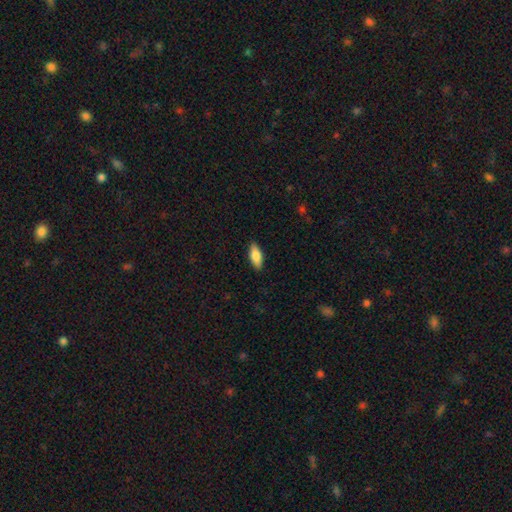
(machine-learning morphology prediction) This is likely a smooth galaxy (79%). How rounded: likely in between (75%). Merging: clearly none (89%).